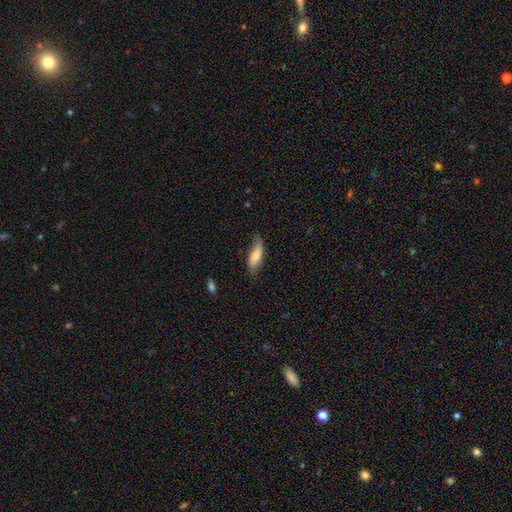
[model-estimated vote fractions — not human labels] Smooth or featured? Predicted: smooth (p=0.68). How rounded? Predicted: in between (p=0.59). Merging? Predicted: none (p=0.67).